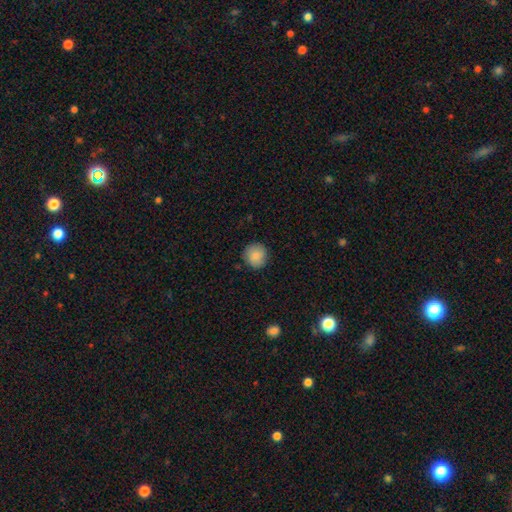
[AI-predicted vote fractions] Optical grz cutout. It shows a smooth galaxy with no disk features (86%) that is round (92%). Merging: none (88%).